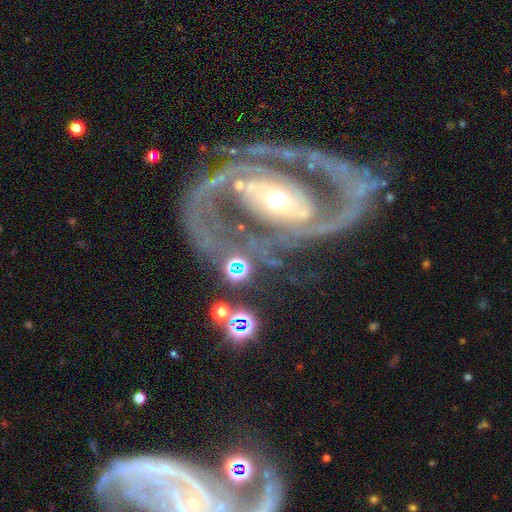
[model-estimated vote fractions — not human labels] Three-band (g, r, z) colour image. It shows a featured or disk galaxy (91%) with a strong bar (38%), 2 (90%) medium (56%) spiral arms (96%) and a small central bulge (49%). Merging: none (59%).